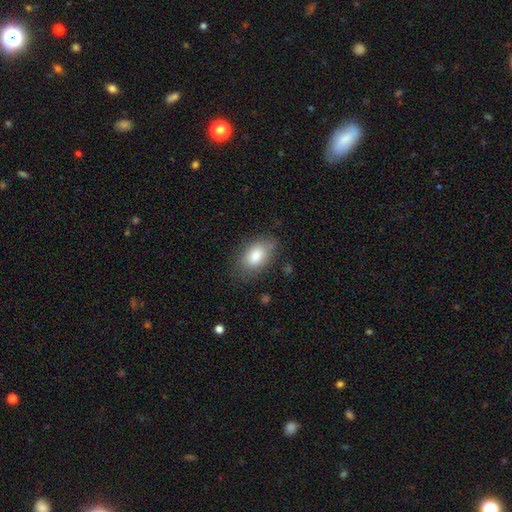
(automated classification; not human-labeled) A smooth galaxy with no disk features (81%) that is in between round and cigar-shaped (90%).

Vote fractions:
- Smooth or featured? smooth: 81% / featured or disk: 11% / star or artifact: 7%
- How rounded? in between: 90% / round: 8% / cigar-shaped: 2%
- Merging? none: 74% / minor disturbance: 19% / major disturbance: 6% / merger: 2%